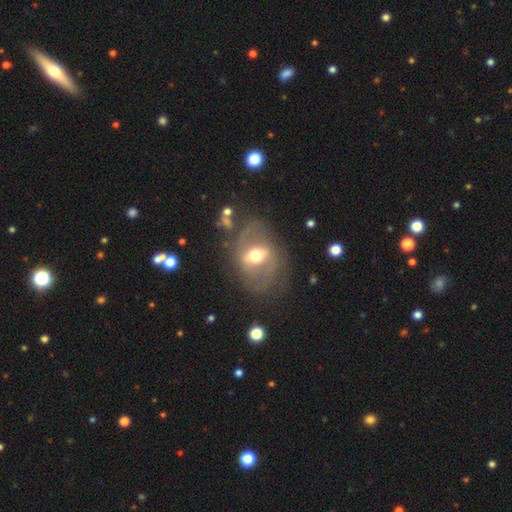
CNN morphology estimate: This is likely a featured or disk galaxy (64%). It is clearly not viewed edge-on (90%). Bar: possibly strong (45%). Spiral arm pattern: likely no (62%). Central bulge: likely moderate (68%). Merging: likely none (62%).